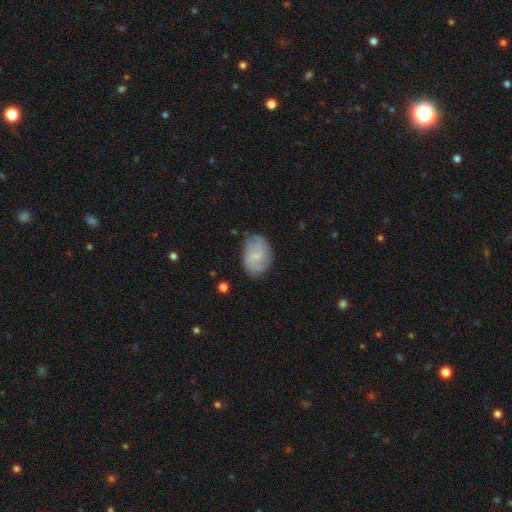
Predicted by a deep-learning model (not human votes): A smooth galaxy with no disk features (47%).

Vote fractions:
- Smooth or featured? smooth: 47% / featured or disk: 46% / star or artifact: 8%
- Merging? none: 63% / minor disturbance: 27% / major disturbance: 7% / merger: 2%